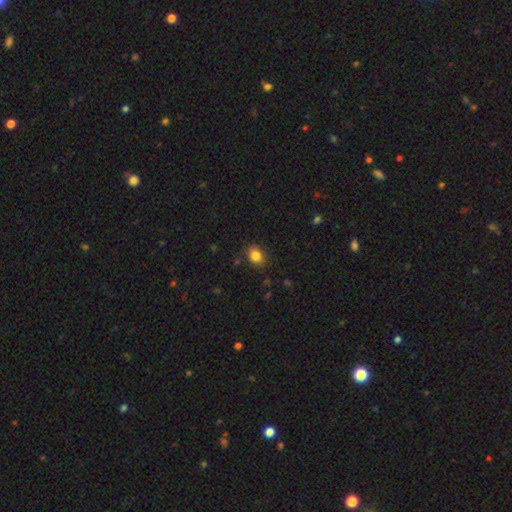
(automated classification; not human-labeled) smooth 84%, star or artifact 10%, featured or disk 6%. Down the decision tree: how rounded — in between (61%); merging — none (85%).